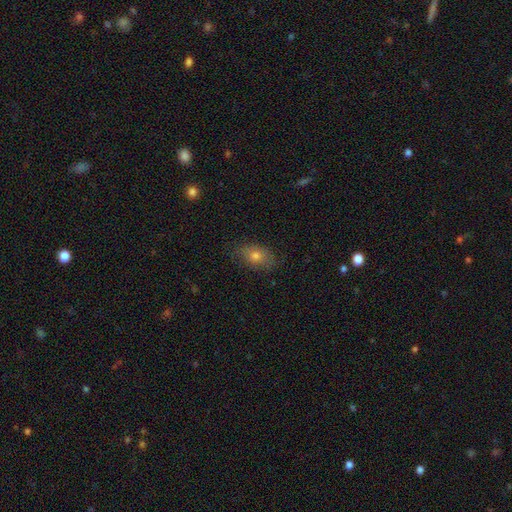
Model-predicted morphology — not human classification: This appears to be a smooth galaxy with no disk features (69%) that is in between round and cigar-shaped (83%). Merging: none (81%).